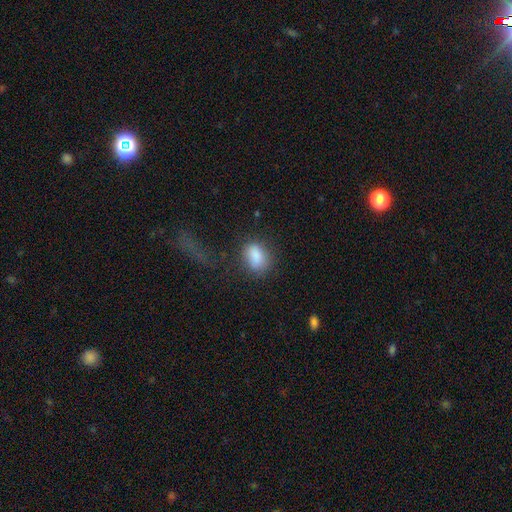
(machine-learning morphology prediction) Smooth or featured?
  - smooth: 84% *
  - star or artifact: 9%
  - featured or disk: 7%
How rounded?
  - in between: 76% *
  - round: 22%
  - cigar-shaped: 2%
Merging?
  - none: 60% *
  - minor disturbance: 21%
  - major disturbance: 14%
  - merger: 5%